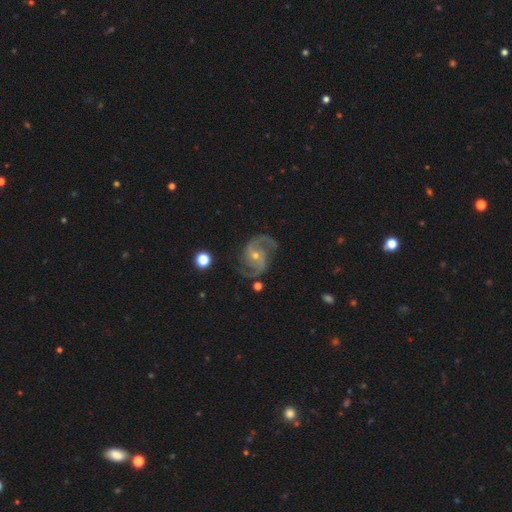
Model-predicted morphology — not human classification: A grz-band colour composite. It shows a featured or disk galaxy (90%) with no bar (57%), 2 (87%) medium (56%) spiral arms (98%) and a small central bulge (64%). Merging: none (74%).